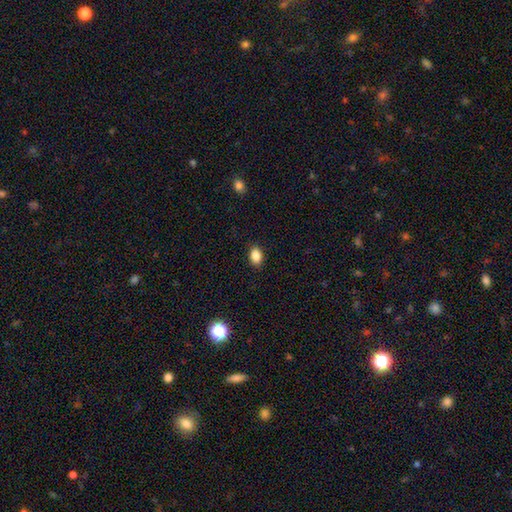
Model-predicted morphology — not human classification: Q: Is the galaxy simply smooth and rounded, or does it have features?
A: smooth — 87%.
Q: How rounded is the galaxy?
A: in between — 82%.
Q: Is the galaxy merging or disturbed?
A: none — 88%.